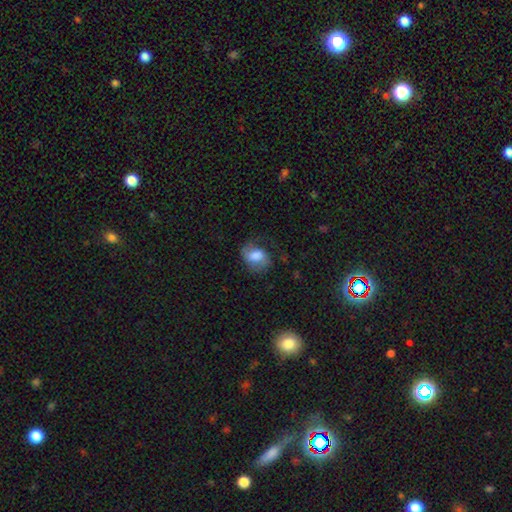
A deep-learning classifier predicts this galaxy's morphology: A smooth galaxy with no disk features (61%) that is in between round and cigar-shaped (71%).

Vote fractions:
- Smooth or featured? smooth: 61% / featured or disk: 31% / star or artifact: 9%
- How rounded? in between: 71% / round: 28% / cigar-shaped: 1%
- Merging? none: 56% / minor disturbance: 26% / major disturbance: 17% / merger: 2%